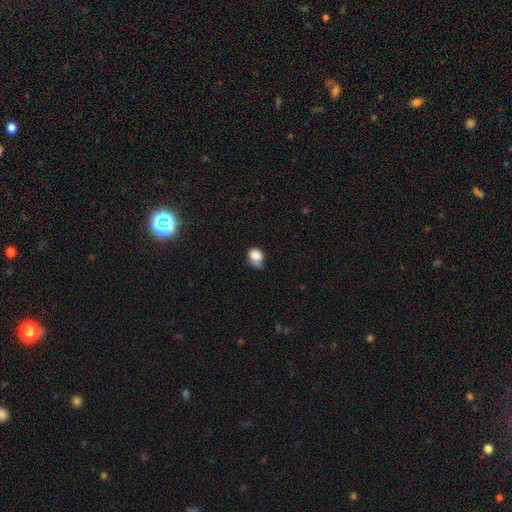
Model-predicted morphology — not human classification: smooth-or-featured: smooth: 84% | star or artifact: 9% | featured or disk: 7%
  how-rounded: round: 62% | in between: 37% | cigar-shaped: 1%
  merging: minor disturbance: 45% | none: 36% | major disturbance: 14% | merger: 4%